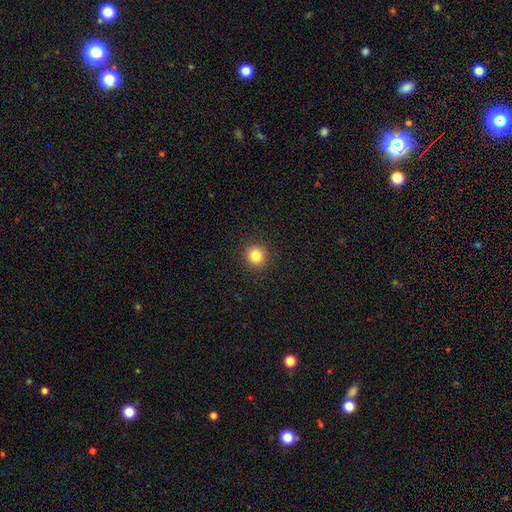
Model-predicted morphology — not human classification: Smooth or featured? smooth (84%)
How rounded? round (92%)
Merging? none (92%)